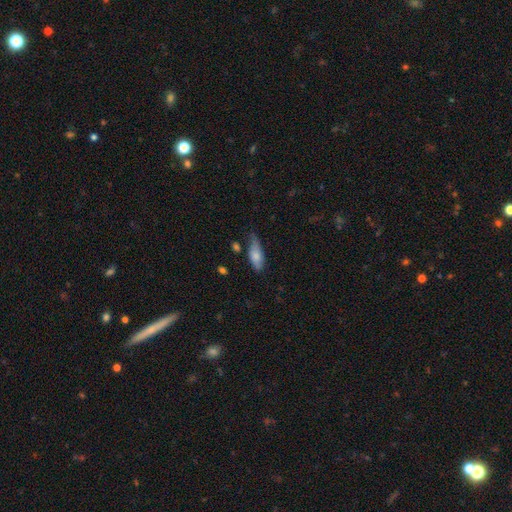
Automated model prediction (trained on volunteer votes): smooth 76%, featured or disk 18%, star or artifact 6%. Down the decision tree: how rounded — in between (70%); merging — none (49%).